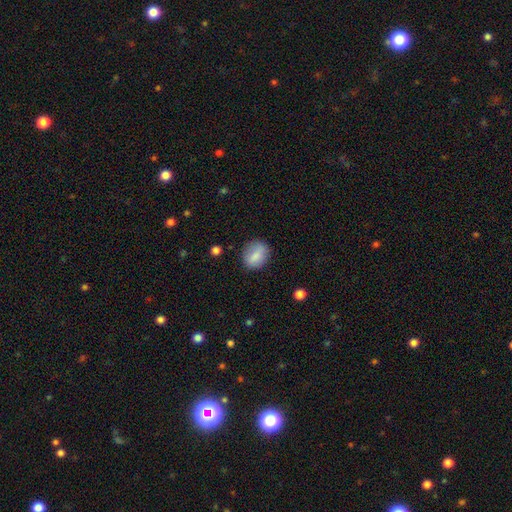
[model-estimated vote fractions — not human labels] Smooth or featured?
  - smooth: 82% *
  - featured or disk: 10%
  - star or artifact: 8%
How rounded?
  - round: 50% *
  - in between: 48%
  - cigar-shaped: 2%
Merging?
  - none: 77% *
  - minor disturbance: 17%
  - major disturbance: 5%
  - merger: 2%